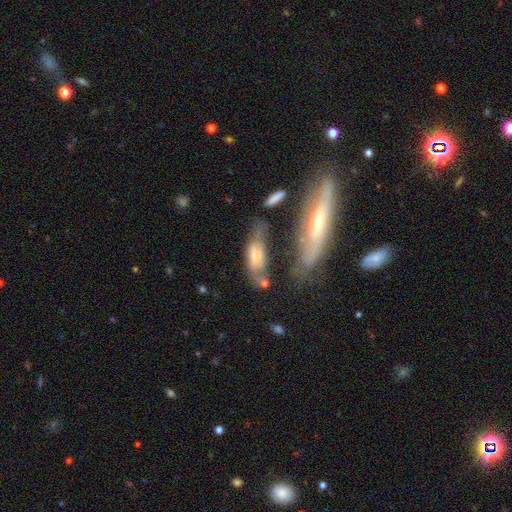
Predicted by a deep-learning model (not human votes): Smooth or featured? Predicted: smooth (p=0.46, tied with featured or disk). Merging? Predicted: none (p=0.31).